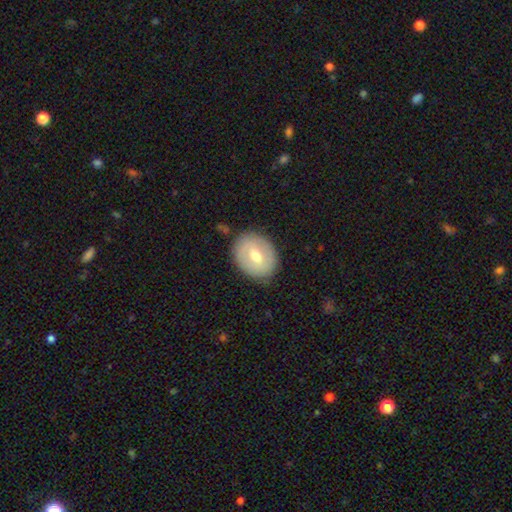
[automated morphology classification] Smooth or featured? Predicted: smooth (p=0.56). How rounded? Predicted: round (p=0.50). Merging? Predicted: none (p=0.84).